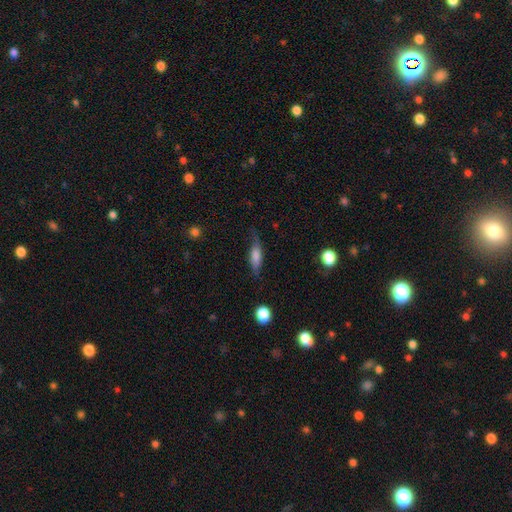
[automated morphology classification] Smooth or featured: smooth — 60% (featured or disk — 32%)
How rounded: in between — 50% (cigar-shaped — 46%)
Merging: none — 67% (minor disturbance — 23%)